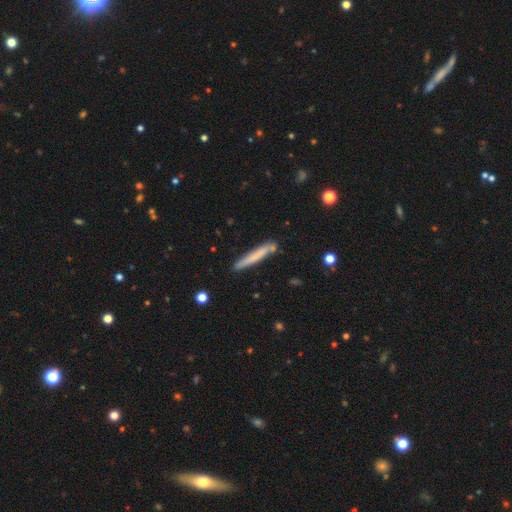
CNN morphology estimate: This appears to be a smooth galaxy with no disk features (68%) that is cigar-shaped (96%). Merging: none (84%).